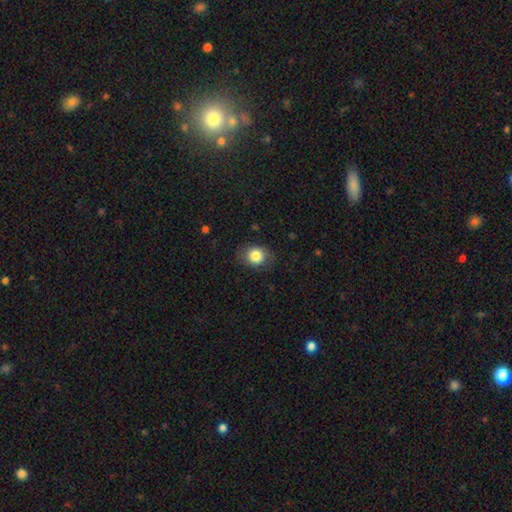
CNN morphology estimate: type=smooth (83%); roundness=round (64%); merging=none (81%).